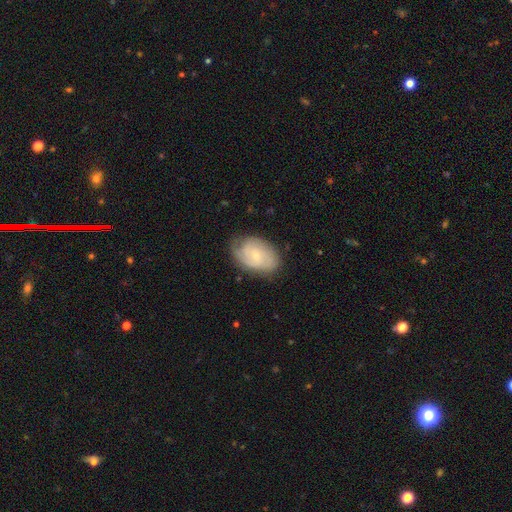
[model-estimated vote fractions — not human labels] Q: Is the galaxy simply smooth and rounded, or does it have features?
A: featured or disk — 60%.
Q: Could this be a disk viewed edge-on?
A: no — 96%.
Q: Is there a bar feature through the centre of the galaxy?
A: no — 72%.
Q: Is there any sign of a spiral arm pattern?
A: yes — 85%.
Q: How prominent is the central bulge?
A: small — 72%.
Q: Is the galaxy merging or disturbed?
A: none — 71%.